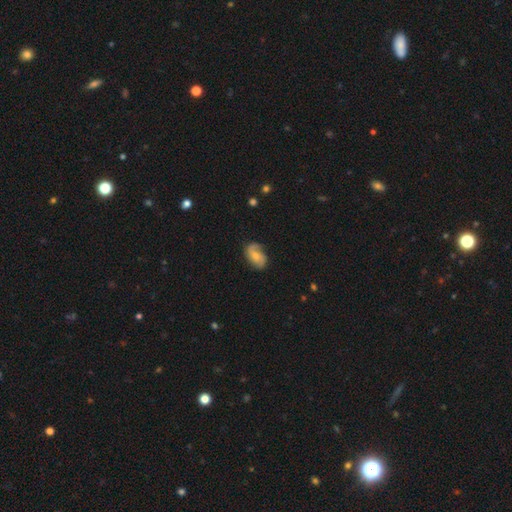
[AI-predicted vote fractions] Smooth or featured: featured or disk — 61% (smooth — 31%)
Edge-on disk: no — 96% (yes — 4%)
Bar: no — 61% (weak — 33%)
Spiral arms: yes — 91% (no — 9%)
Spiral winding: medium — 41% (loose — 33%)
Spiral arm count: 2 — 74% (1 — 12%)
Bulge size: small — 45% (moderate — 40%)
Merging: none — 67% (minor disturbance — 23%)